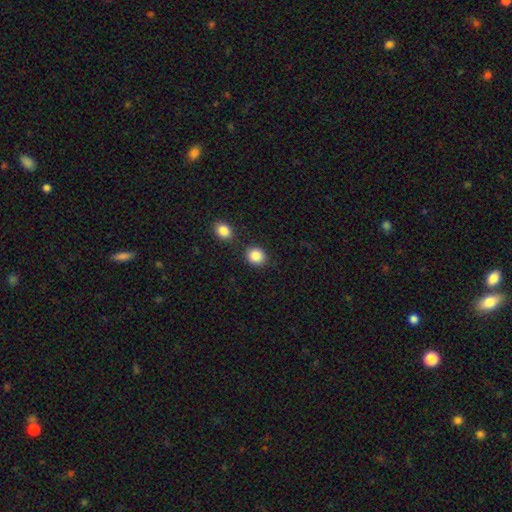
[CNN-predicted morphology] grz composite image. It shows a smooth galaxy with no disk features (87%) that is round (76%). Merging: none (80%).